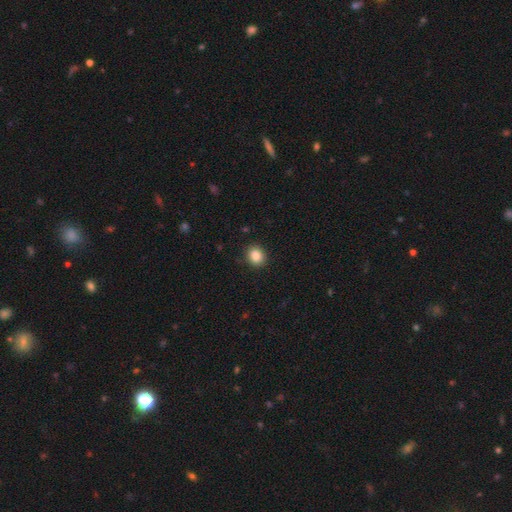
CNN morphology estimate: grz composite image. It shows a smooth galaxy with no disk features (86%) that is round (77%). Merging: none (90%).